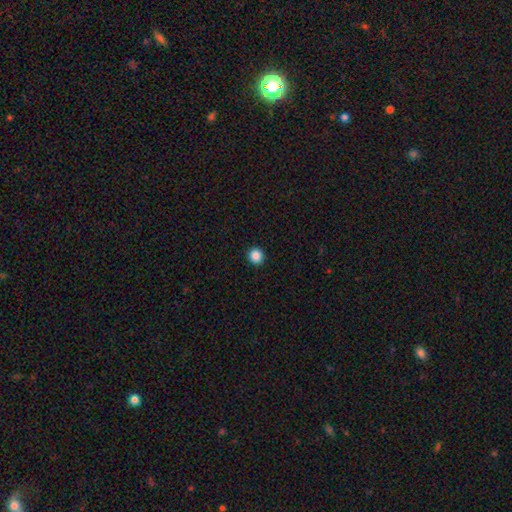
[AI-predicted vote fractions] Smooth or featured: smooth — 88% (star or artifact — 10%)
How rounded: round — 90% (in between — 9%)
Merging: none — 93% (minor disturbance — 4%)